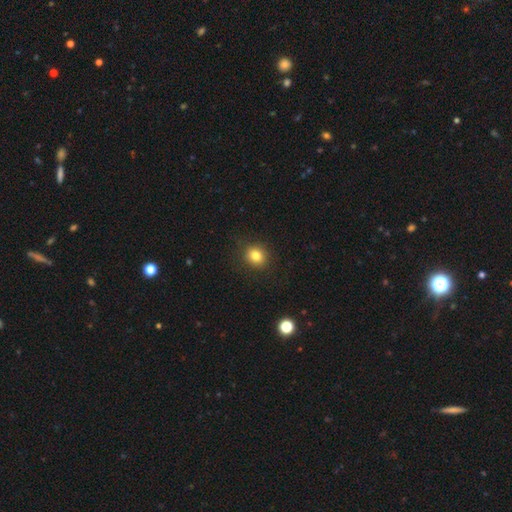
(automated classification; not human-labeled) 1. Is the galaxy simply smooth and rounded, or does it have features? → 82% smooth, 12% star or artifact, 7% featured or disk.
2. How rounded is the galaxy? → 79% round, 20% in between, 1% cigar-shaped.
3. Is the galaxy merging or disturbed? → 89% none, 8% minor disturbance, 3% major disturbance, 1% merger.